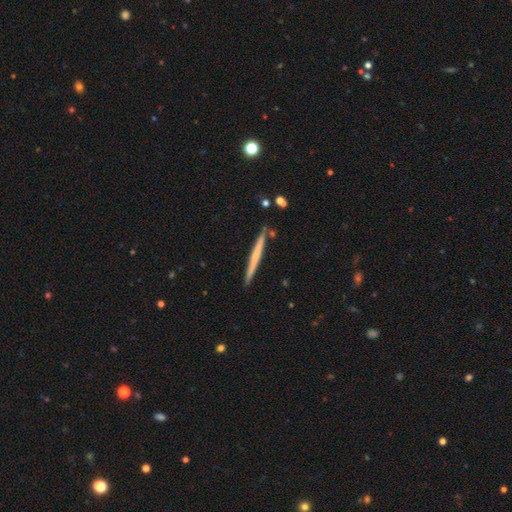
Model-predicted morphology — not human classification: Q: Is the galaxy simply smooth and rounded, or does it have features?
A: smooth — 49%.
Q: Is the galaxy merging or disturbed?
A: none — 89%.